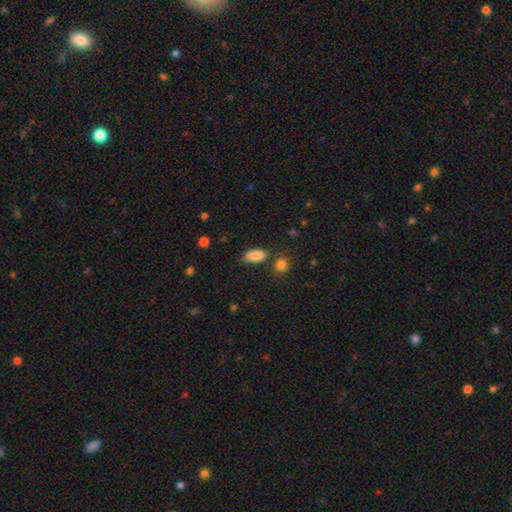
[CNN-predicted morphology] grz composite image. It shows a smooth galaxy with no disk features (88%) that is in between round and cigar-shaped (86%). Merging: none (75%).